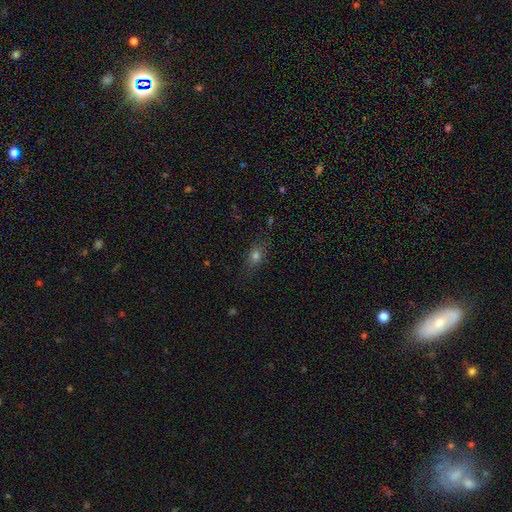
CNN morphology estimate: The model was most divided on "how rounded": in between: 63%, round: 27%, cigar-shaped: 11%. More confident: merging — none (78%); smooth or featured — smooth (69%).